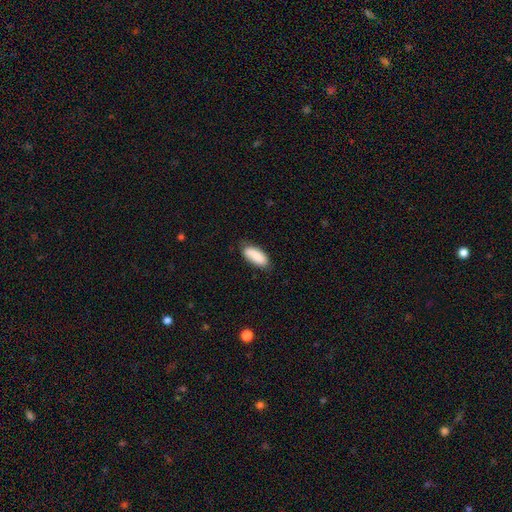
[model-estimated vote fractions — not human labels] The model was most divided on "merging": none: 76%, minor disturbance: 19%, major disturbance: 3%, merger: 1%. More confident: smooth or featured — smooth (87%); how rounded — in between (83%).